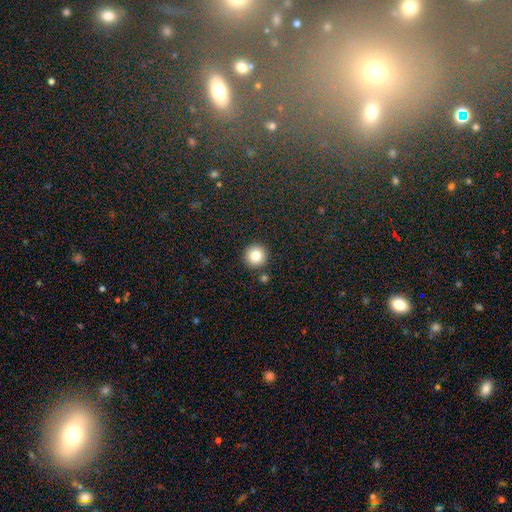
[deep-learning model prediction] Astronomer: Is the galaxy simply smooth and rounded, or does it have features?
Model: smooth — 82%.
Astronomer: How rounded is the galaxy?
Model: round — 96%.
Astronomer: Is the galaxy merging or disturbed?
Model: none — 90%.